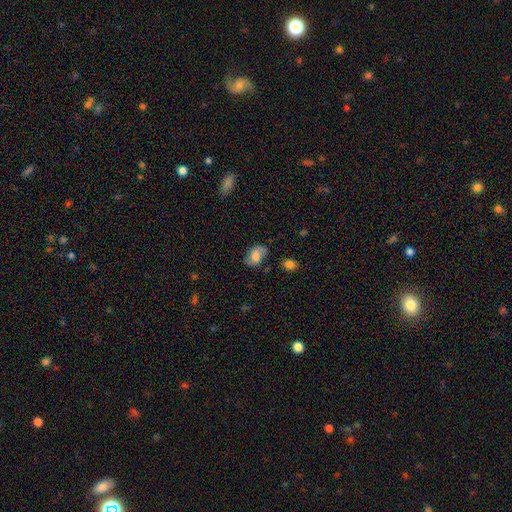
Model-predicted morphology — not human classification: smooth-or-featured: featured or disk: 50% | smooth: 41% | star or artifact: 9%
  merging: none: 68% | minor disturbance: 21% | major disturbance: 8% | merger: 3%